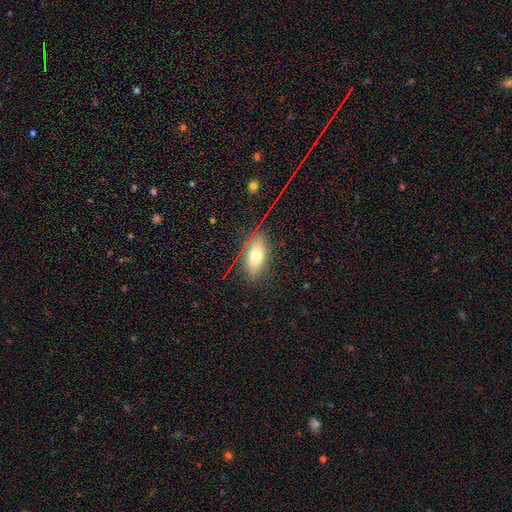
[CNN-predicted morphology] smooth 69%, featured or disk 17%, star or artifact 14%. Down the decision tree: how rounded — in between (83%); merging — none (83%).